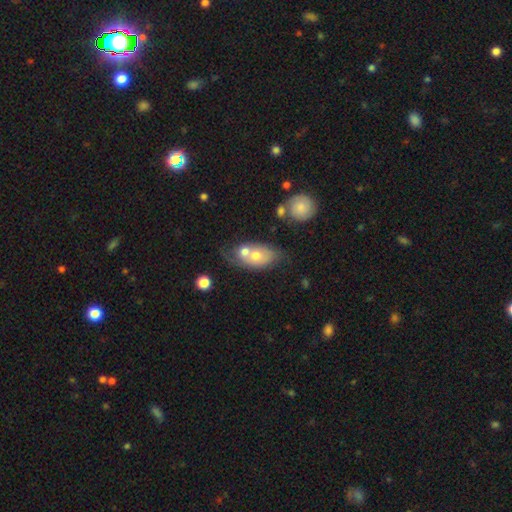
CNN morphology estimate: Smooth or featured: smooth — 58% (featured or disk — 34%)
How rounded: in between — 80% (round — 16%)
Merging: merger — 53% (none — 27%)